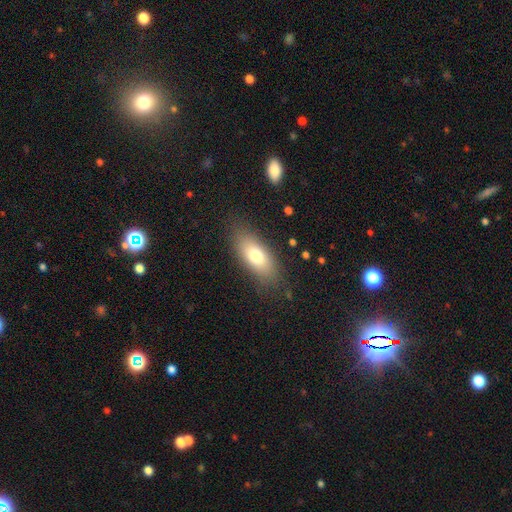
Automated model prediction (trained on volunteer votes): Smooth or featured?
  - smooth: 74% *
  - featured or disk: 17%
  - star or artifact: 8%
How rounded?
  - in between: 83% *
  - cigar-shaped: 12%
  - round: 4%
Merging?
  - none: 81% *
  - minor disturbance: 13%
  - major disturbance: 5%
  - merger: 1%